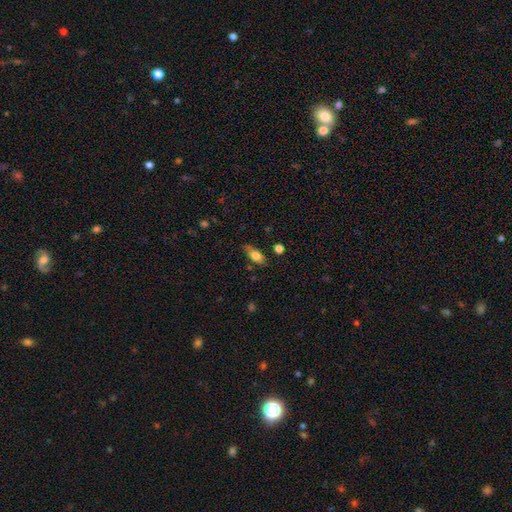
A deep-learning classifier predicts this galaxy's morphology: smooth 72%, featured or disk 20%, star or artifact 7%. Down the decision tree: how rounded — in between (80%); merging — none (68%).